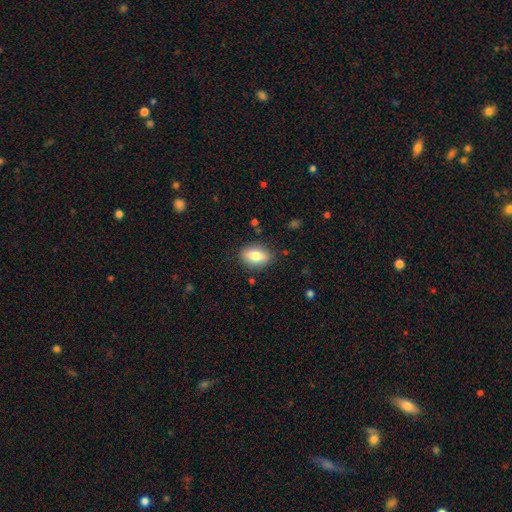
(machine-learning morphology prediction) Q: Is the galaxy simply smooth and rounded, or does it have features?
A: smooth — 78%.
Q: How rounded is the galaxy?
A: in between — 85%.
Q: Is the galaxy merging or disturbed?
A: none — 84%.